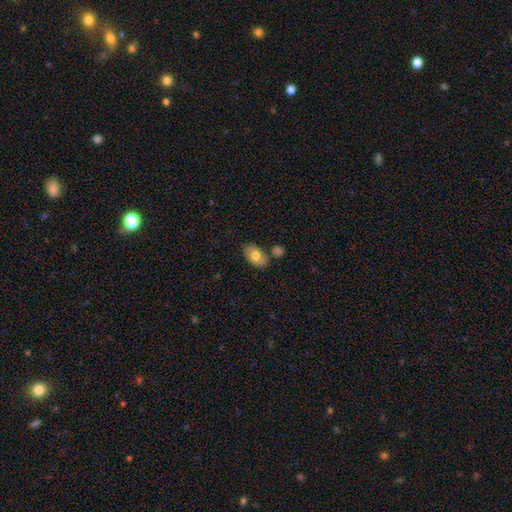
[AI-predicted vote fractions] Overall: smooth (73%). How rounded: in between (91%). Merging: none (73%).